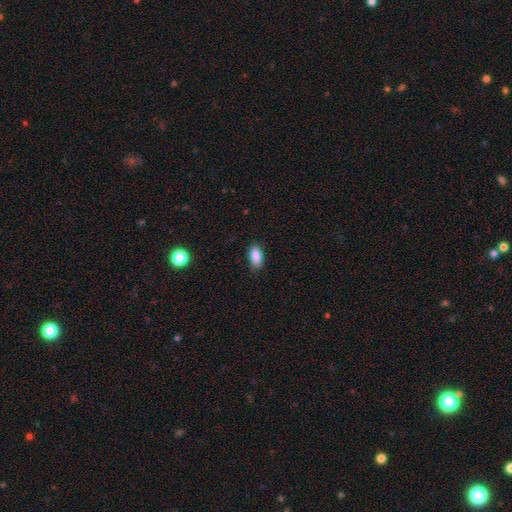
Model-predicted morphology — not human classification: smooth-or-featured: smooth: 87% | star or artifact: 8% | featured or disk: 5%
  how-rounded: in between: 90% | cigar-shaped: 7% | round: 3%
  merging: none: 84% | minor disturbance: 12% | major disturbance: 2% | merger: 1%